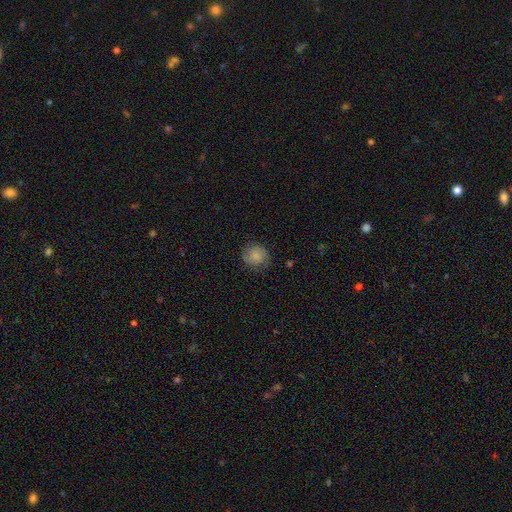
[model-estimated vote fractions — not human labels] The model was most divided on "smooth or featured": smooth: 75%, featured or disk: 17%, star or artifact: 8%. More confident: how rounded — round (86%); merging — none (78%).